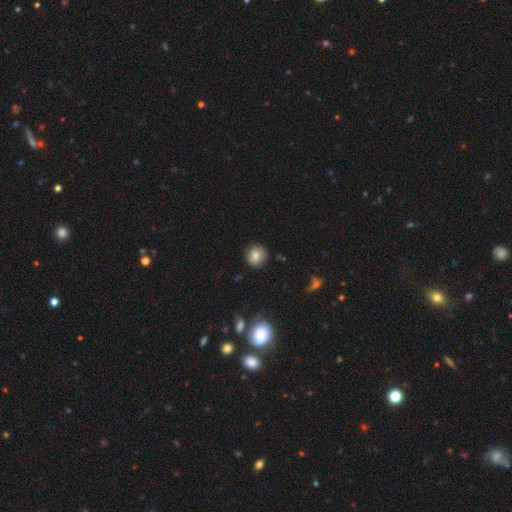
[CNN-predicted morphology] Smooth or featured: smooth — 79% (star or artifact — 11%)
How rounded: round — 88% (in between — 11%)
Merging: none — 85% (minor disturbance — 11%)